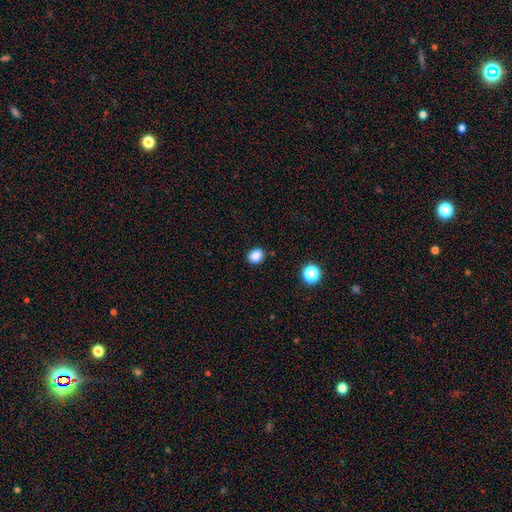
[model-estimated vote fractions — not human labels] This is clearly a smooth galaxy (86%). How rounded: possibly round (54%). Merging: clearly none (88%).